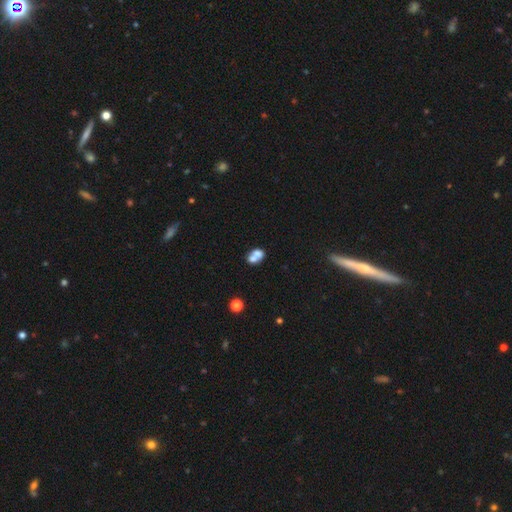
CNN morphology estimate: Q: Smooth or featured?
A: smooth (66%); runner-up: featured or disk (23%)
Q: How rounded?
A: in between (57%); runner-up: round (41%)
Q: Merging?
A: merger (65%); runner-up: none (24%)